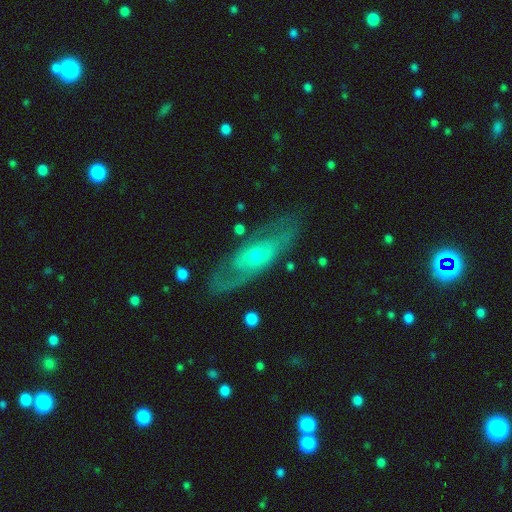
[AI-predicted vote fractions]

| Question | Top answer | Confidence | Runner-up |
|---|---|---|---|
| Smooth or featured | featured or disk | 75% | smooth (19%) |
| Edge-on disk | no | 82% | yes (18%) |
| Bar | no | 72% | weak (23%) |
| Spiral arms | yes | 68% | no (32%) |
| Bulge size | moderate | 48% | small (47%) |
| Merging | none | 75% | minor disturbance (16%) |